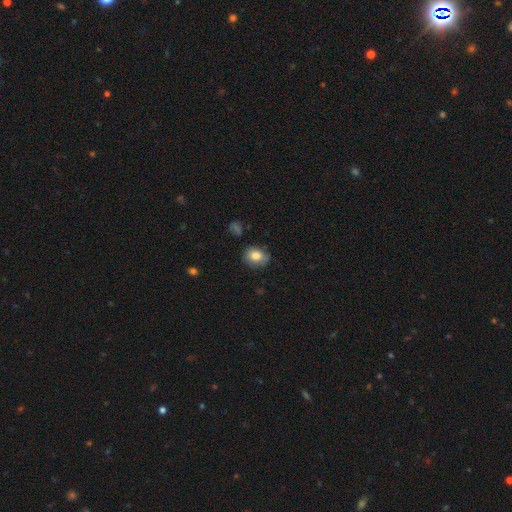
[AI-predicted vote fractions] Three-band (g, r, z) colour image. It shows a smooth galaxy with no disk features (81%) that is round (51%). Merging: none (75%).